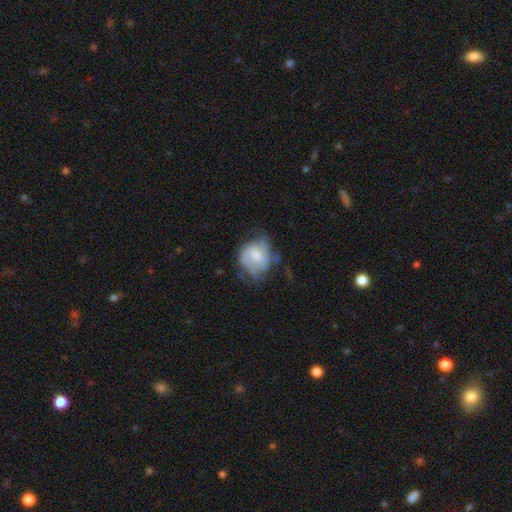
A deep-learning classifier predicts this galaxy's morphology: smooth_or_featured: featured or disk (p=0.49) [alt: smooth p=0.44]
merging: none (p=0.41) [alt: minor disturbance p=0.32]